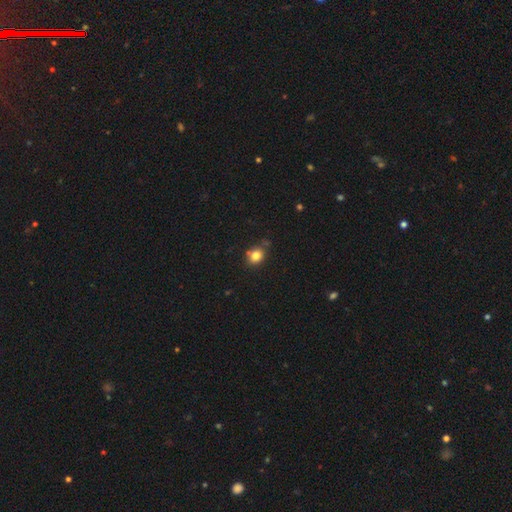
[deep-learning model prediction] Smooth or featured? Predicted: smooth (p=0.81). How rounded? Predicted: round (p=0.70). Merging? Predicted: none (p=0.72).